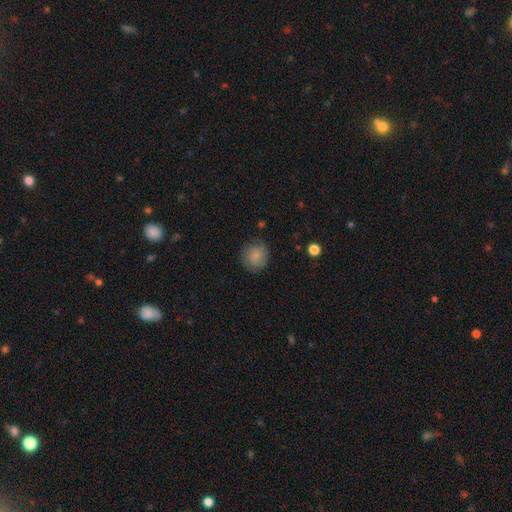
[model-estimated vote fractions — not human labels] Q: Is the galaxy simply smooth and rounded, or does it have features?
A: smooth — 82%.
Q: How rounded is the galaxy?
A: round — 86%.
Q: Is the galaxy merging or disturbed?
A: none — 79%.